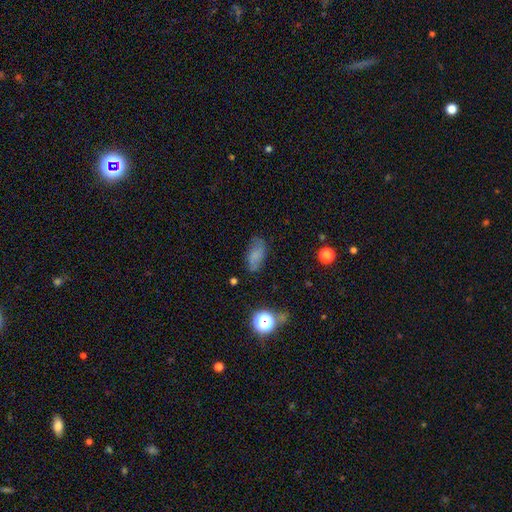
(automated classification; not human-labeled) Smooth or featured? smooth (60%)
How rounded? in between (86%)
Merging? none (68%)